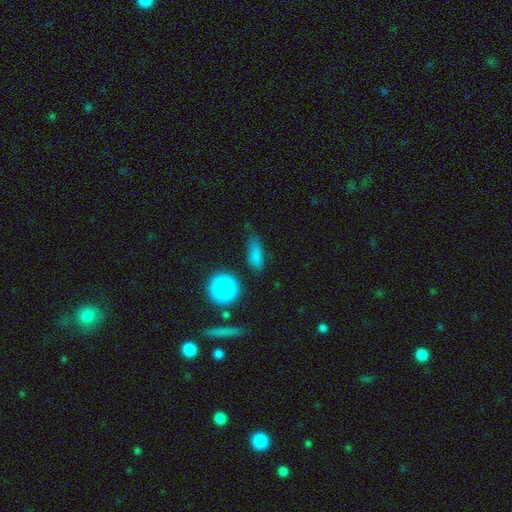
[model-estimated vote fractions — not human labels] This is likely a smooth galaxy (76%). How rounded: likely in between (61%). Merging: likely none (66%).